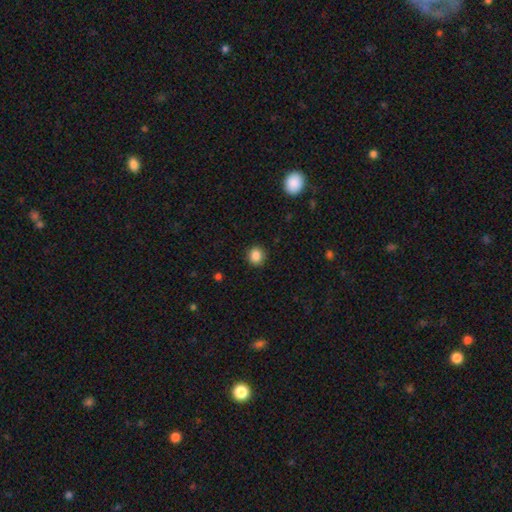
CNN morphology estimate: Smooth or featured? smooth (86%)
How rounded? round (86%)
Merging? none (90%)